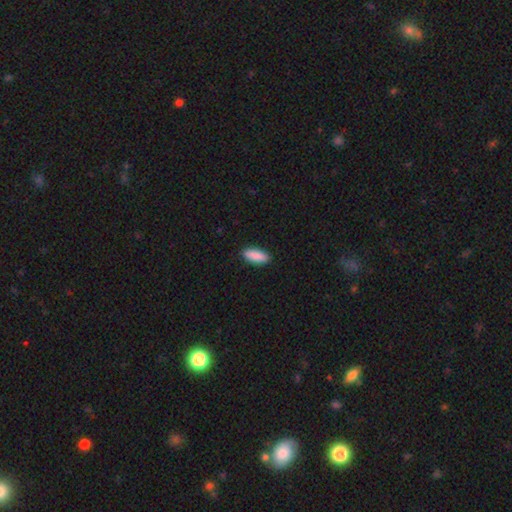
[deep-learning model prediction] Q: Smooth or featured?
A: smooth (89%); runner-up: star or artifact (6%)
Q: How rounded?
A: in between (70%); runner-up: cigar-shaped (29%)
Q: Merging?
A: none (90%); runner-up: minor disturbance (7%)